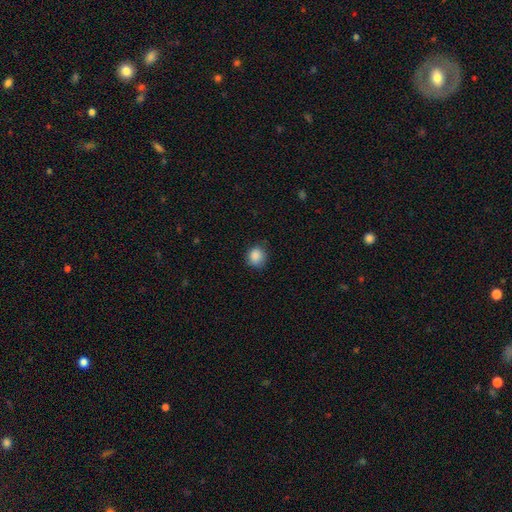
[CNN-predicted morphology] smooth_or_featured: smooth (p=0.87) [alt: star or artifact p=0.09]
how_rounded: round (p=0.79) [alt: in between p=0.20]
merging: none (p=0.75) [alt: minor disturbance p=0.20]